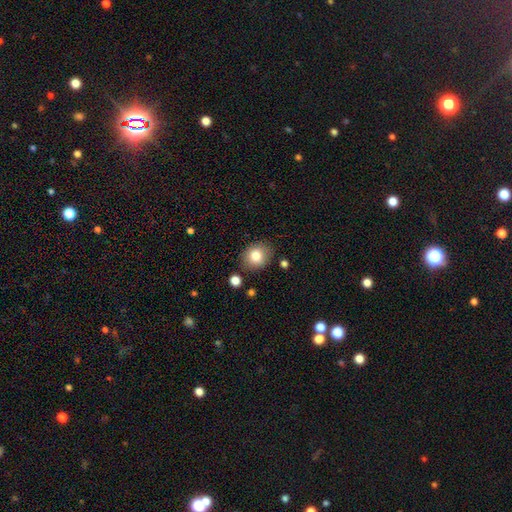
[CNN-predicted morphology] smooth_or_featured: smooth (p=0.81) [alt: star or artifact p=0.10]
how_rounded: round (p=0.66) [alt: in between p=0.33]
merging: none (p=0.84) [alt: minor disturbance p=0.11]